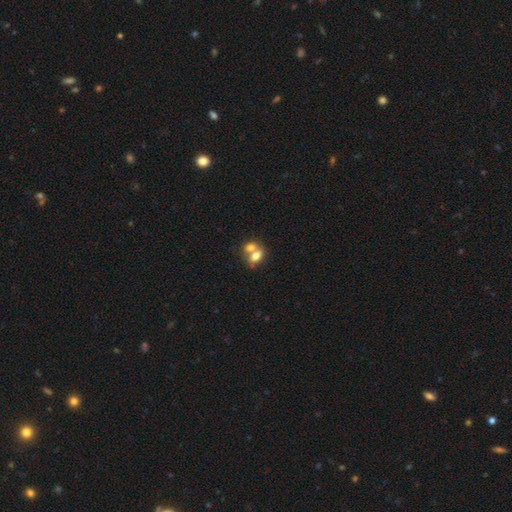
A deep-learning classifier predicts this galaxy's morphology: type=smooth (71%); roundness=in between (75%); merging=merger (63%).